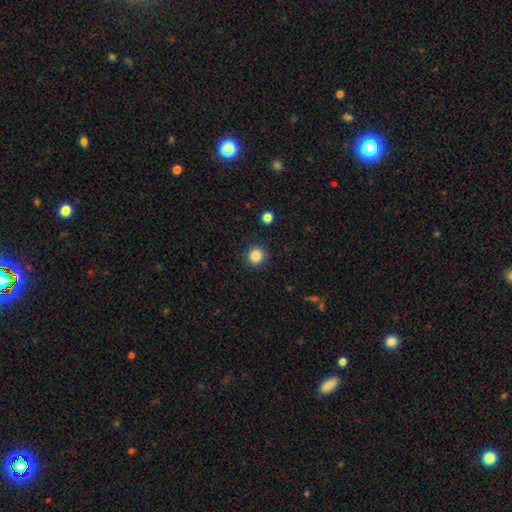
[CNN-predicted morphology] Smooth or featured?
  - smooth: 86% *
  - star or artifact: 10%
  - featured or disk: 3%
How rounded?
  - round: 92% *
  - in between: 7%
  - cigar-shaped: 1%
Merging?
  - none: 90% *
  - minor disturbance: 6%
  - major disturbance: 2%
  - merger: 1%